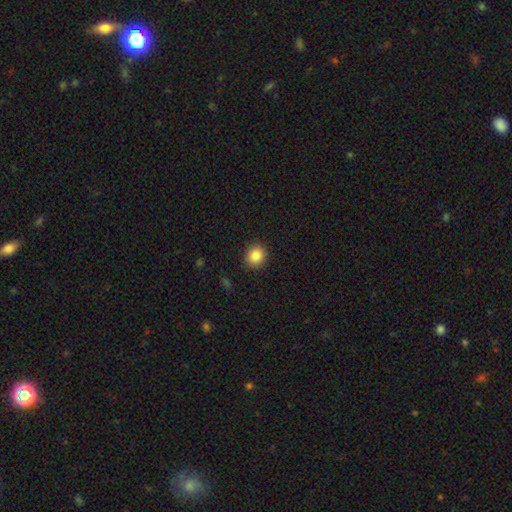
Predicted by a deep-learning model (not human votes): The model was most divided on "how rounded": round: 76%, in between: 23%, cigar-shaped: 1%. More confident: merging — none (89%); smooth or featured — smooth (86%).